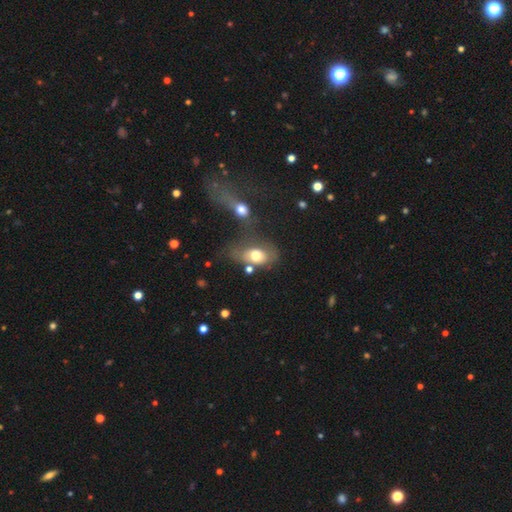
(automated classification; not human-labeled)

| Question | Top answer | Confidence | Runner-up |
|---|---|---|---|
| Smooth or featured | smooth | 64% | featured or disk (27%) |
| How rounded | in between | 84% | round (14%) |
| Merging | merger | 30% | none (28%) |